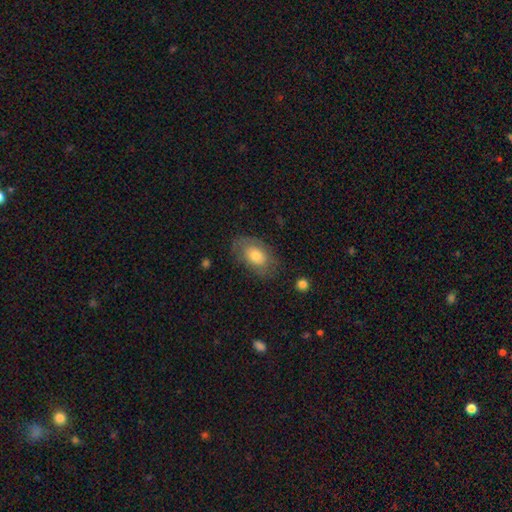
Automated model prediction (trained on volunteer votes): A smooth galaxy with no disk features (61%) that is in between round and cigar-shaped (89%).

Vote fractions:
- Smooth or featured? smooth: 61% / featured or disk: 32% / star or artifact: 7%
- How rounded? in between: 89% / round: 9% / cigar-shaped: 2%
- Merging? none: 71% / minor disturbance: 19% / major disturbance: 8% / merger: 1%